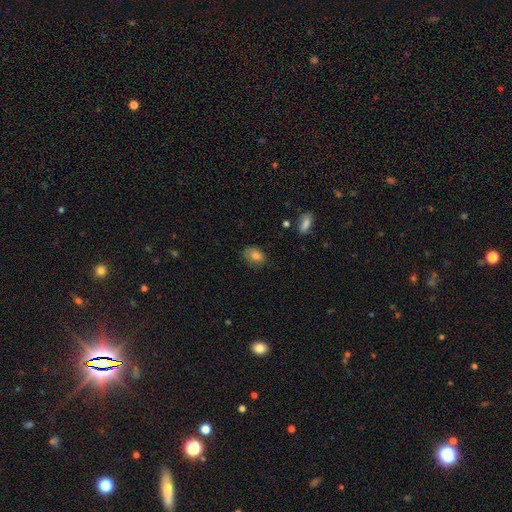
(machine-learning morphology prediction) The model was most divided on "merging": none: 71%, minor disturbance: 23%, major disturbance: 5%, merger: 2%. More confident: smooth or featured — smooth (79%); how rounded — in between (76%).